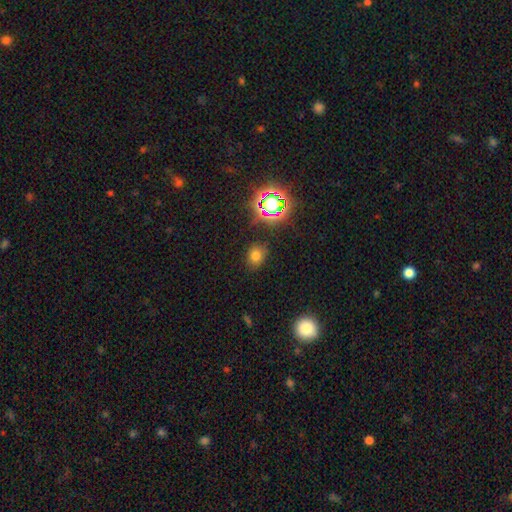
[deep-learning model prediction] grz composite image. It shows a smooth galaxy with no disk features (69%) that is round (54%). Merging: none (82%).